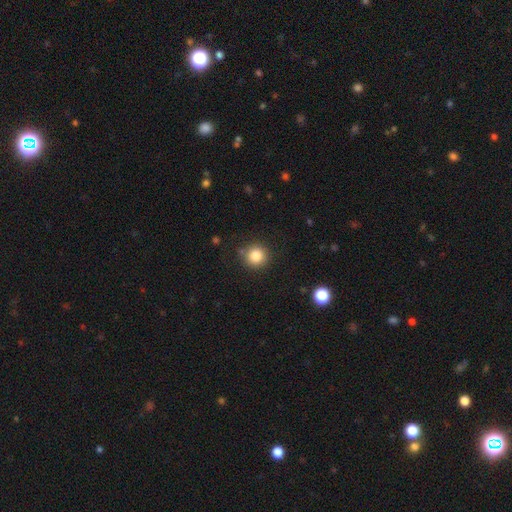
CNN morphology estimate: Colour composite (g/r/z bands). It shows a smooth galaxy with no disk features (83%) that is round (93%). Merging: none (86%).